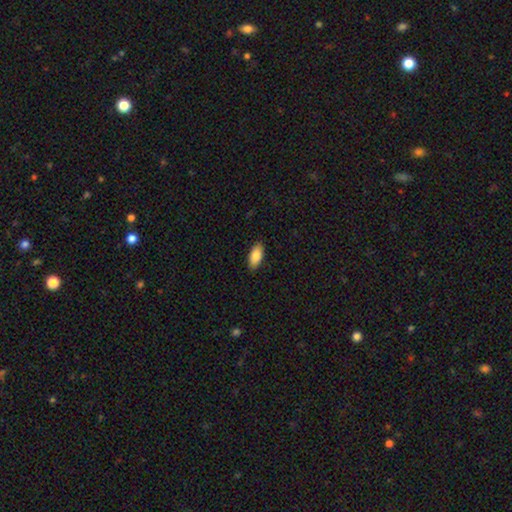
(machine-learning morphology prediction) smooth_or_featured: smooth (p=0.85) [alt: featured or disk p=0.09]
how_rounded: in between (p=0.90) [alt: cigar-shaped p=0.08]
merging: none (p=0.89) [alt: minor disturbance p=0.08]